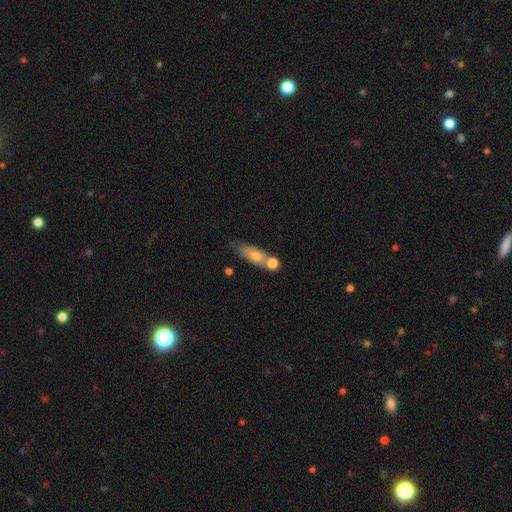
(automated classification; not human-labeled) Morphology: type=smooth (69%); roundness=in between (56%); merging=none (42%).